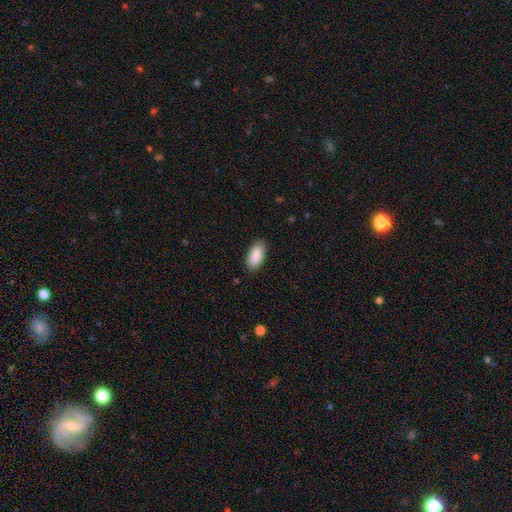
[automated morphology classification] A smooth galaxy with no disk features (90%) that is in between round and cigar-shaped (92%).

Vote fractions:
- Smooth or featured? smooth: 90% / star or artifact: 6% / featured or disk: 4%
- How rounded? in between: 92% / cigar-shaped: 6% / round: 2%
- Merging? none: 87% / minor disturbance: 10% / major disturbance: 2% / merger: 1%